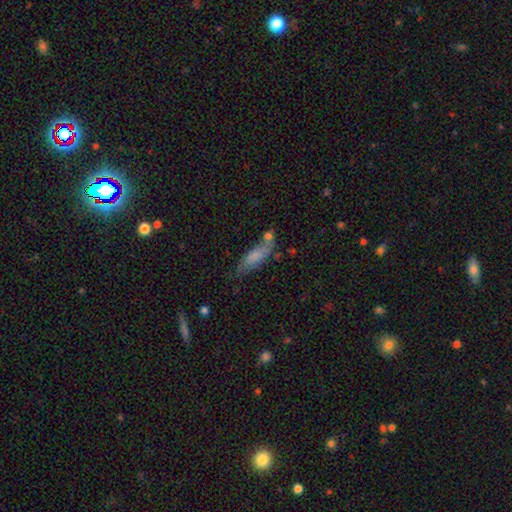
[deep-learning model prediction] smooth 71%, featured or disk 21%, star or artifact 8%. Down the decision tree: how rounded — in between (49%, tied with cigar-shaped); merging — none (52%).